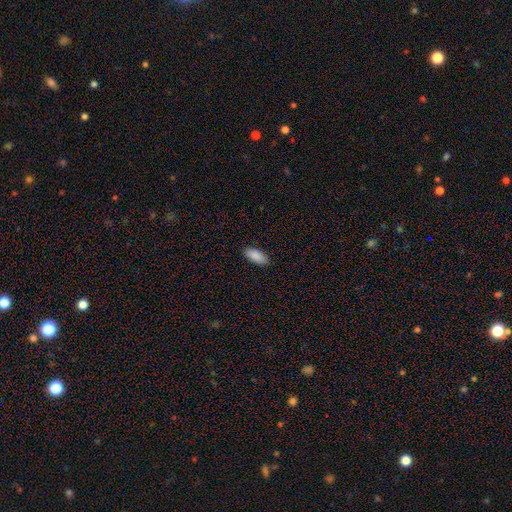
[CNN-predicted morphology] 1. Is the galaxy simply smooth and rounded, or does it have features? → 90% smooth, 6% star or artifact, 4% featured or disk.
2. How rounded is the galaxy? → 87% in between, 11% cigar-shaped, 2% round.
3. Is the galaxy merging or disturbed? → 88% none, 9% minor disturbance, 2% major disturbance, 1% merger.